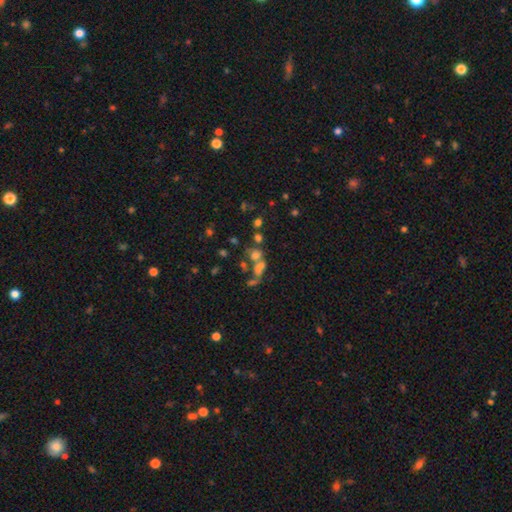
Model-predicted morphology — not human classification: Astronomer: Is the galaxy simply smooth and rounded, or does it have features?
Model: star or artifact — 46% (runner-up: featured or disk, 27%).